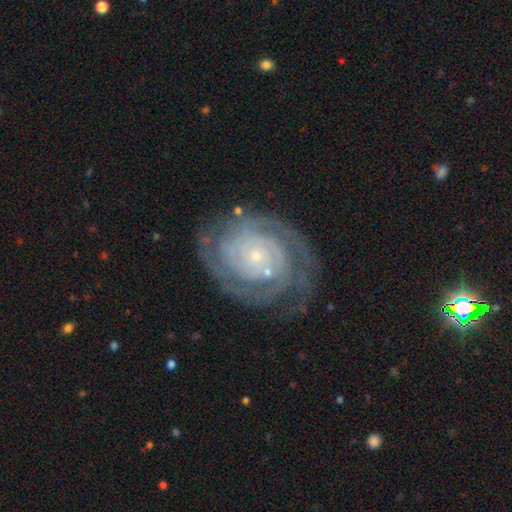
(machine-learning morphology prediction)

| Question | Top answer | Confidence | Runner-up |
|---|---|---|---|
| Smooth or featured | featured or disk | 89% | star or artifact (5%) |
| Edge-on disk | no | 97% | yes (3%) |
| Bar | no | 79% | weak (14%) |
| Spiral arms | yes | 98% | no (2%) |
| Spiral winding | tight | 82% | medium (15%) |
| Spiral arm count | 2 | 35% | 3 (21%) |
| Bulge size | small | 84% | moderate (11%) |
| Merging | none | 76% | minor disturbance (15%) |